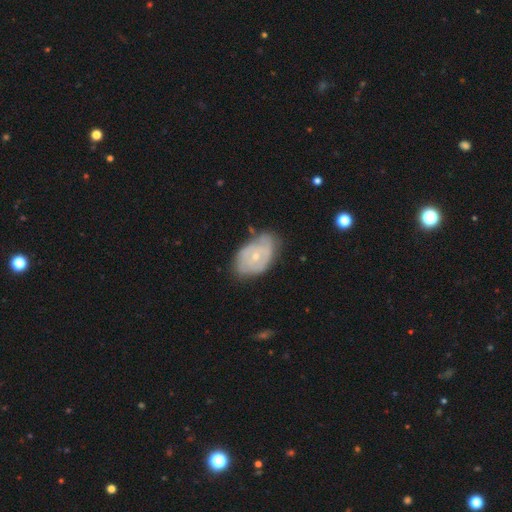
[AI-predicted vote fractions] smooth-or-featured: featured or disk: 67% | smooth: 28% | star or artifact: 6%
  disk-edge-on: no: 96% | yes: 4%
    bar: no: 76% | weak: 20% | strong: 4%
    has-spiral-arms: yes: 65% | no: 35%
    bulge-size: small: 59% | moderate: 38% | none: 1% | large: 1% | dominant: 1%
  merging: none: 55% | minor disturbance: 33% | major disturbance: 9% | merger: 3%